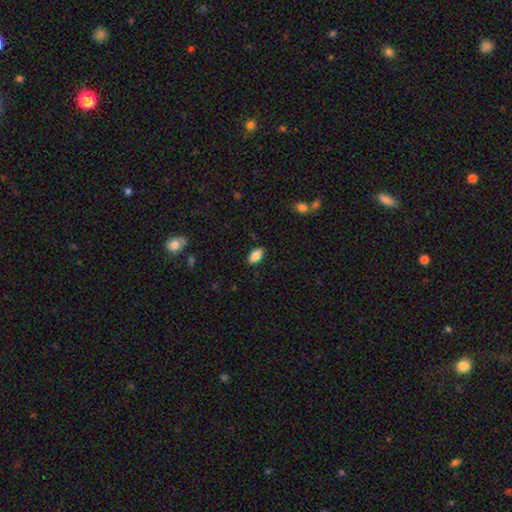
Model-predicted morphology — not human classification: smooth-or-featured: smooth: 85% | featured or disk: 8% | star or artifact: 8%
  how-rounded: in between: 91% | cigar-shaped: 4% | round: 4%
  merging: none: 86% | minor disturbance: 11% | major disturbance: 2% | merger: 1%